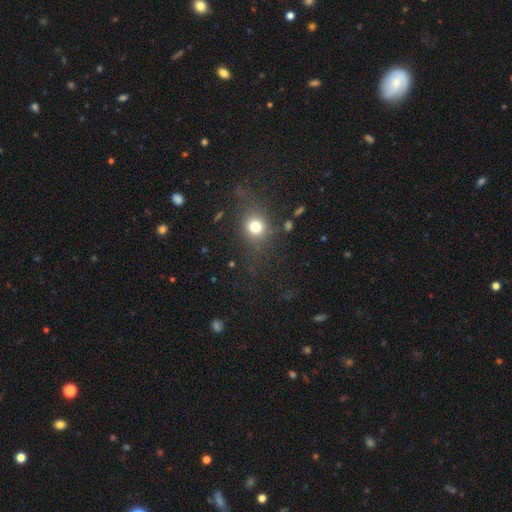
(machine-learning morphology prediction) smooth_or_featured: smooth (p=0.51) [alt: star or artifact p=0.35]
how_rounded: round (p=0.67) [alt: in between p=0.29]
merging: none (p=0.77) [alt: minor disturbance p=0.14]